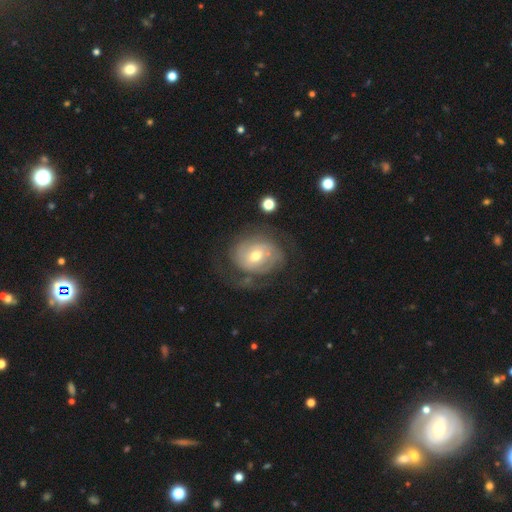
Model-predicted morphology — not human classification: A featured or disk galaxy (73%) with no bar (61%), 2 (43%) tight (54%) spiral arms (82%) and a moderate central bulge (63%). Merging: none (54%).